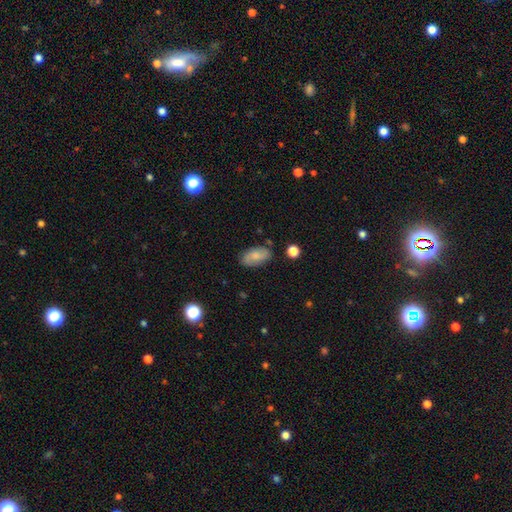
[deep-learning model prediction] Smooth or featured?
  - smooth: 72% *
  - featured or disk: 21%
  - star or artifact: 8%
How rounded?
  - in between: 92% *
  - round: 5%
  - cigar-shaped: 3%
Merging?
  - none: 78% *
  - minor disturbance: 16%
  - major disturbance: 3%
  - merger: 3%